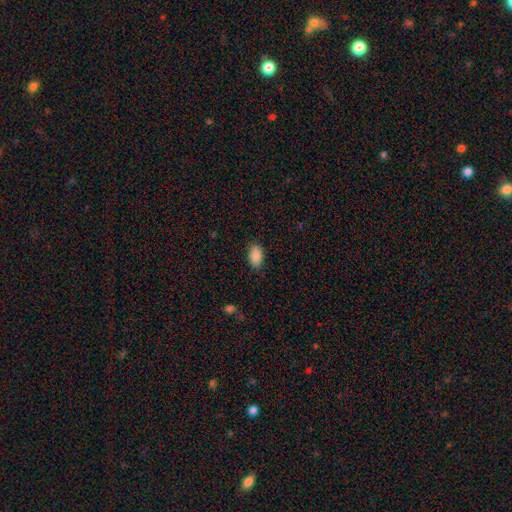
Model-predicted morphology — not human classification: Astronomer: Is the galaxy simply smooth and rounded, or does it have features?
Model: smooth — 90%.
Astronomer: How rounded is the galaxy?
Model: in between — 92%.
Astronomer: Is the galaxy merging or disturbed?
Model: none — 87%.